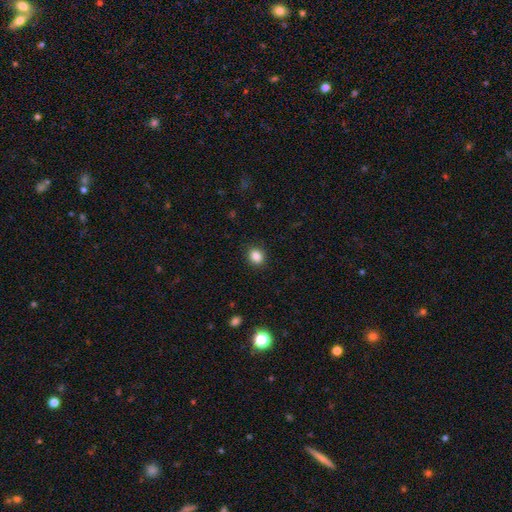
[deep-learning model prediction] A smooth galaxy with no disk features (86%) that is round (62%). Merging: none (89%).